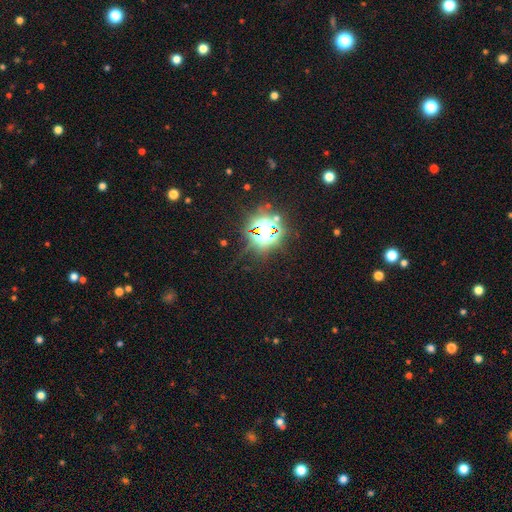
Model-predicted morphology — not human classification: This is clearly a star or artifact rather than a galaxy (81%).